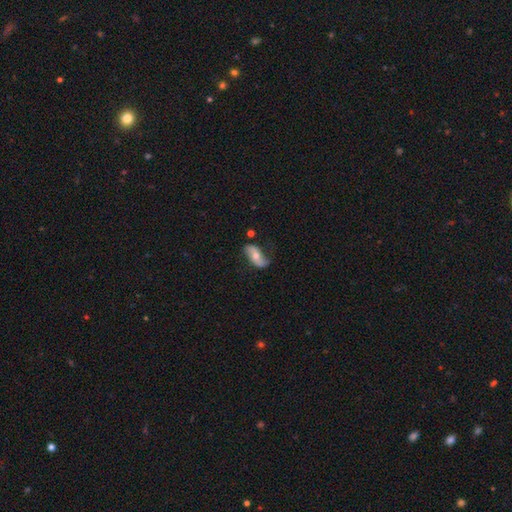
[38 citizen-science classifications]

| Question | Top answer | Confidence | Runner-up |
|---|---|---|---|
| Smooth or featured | featured or disk | 71% | smooth (26%) |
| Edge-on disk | no | 89% | yes (11%) |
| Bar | no | 58% | weak (33%) |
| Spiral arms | yes | 92% | no (8%) |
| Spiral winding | loose | 73% | medium (23%) |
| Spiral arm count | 2 | 86% | 1 (9%) |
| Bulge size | moderate | 50% | small (46%) |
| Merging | none | 57% | minor disturbance (30%) |